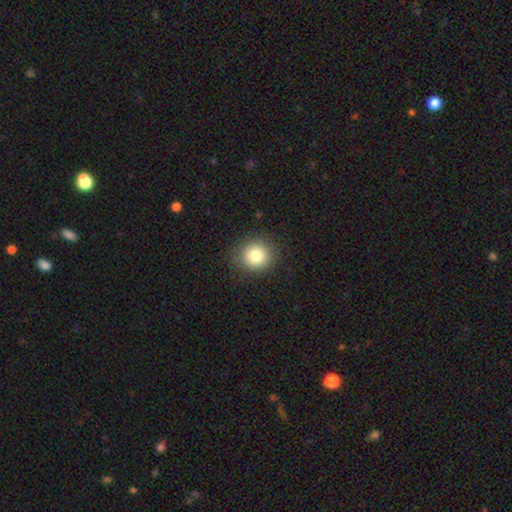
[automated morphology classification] The model was most divided on "smooth or featured": smooth: 83%, star or artifact: 11%, featured or disk: 7%. More confident: how rounded — round (91%); merging — none (89%).